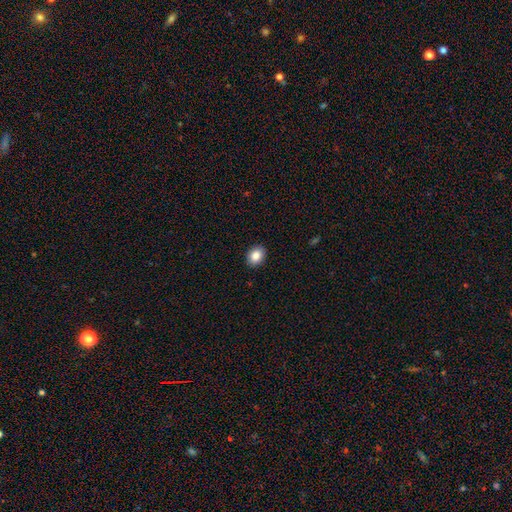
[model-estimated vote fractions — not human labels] Smooth or featured? Predicted: smooth (p=0.85). How rounded? Predicted: in between (p=0.55). Merging? Predicted: none (p=0.91).